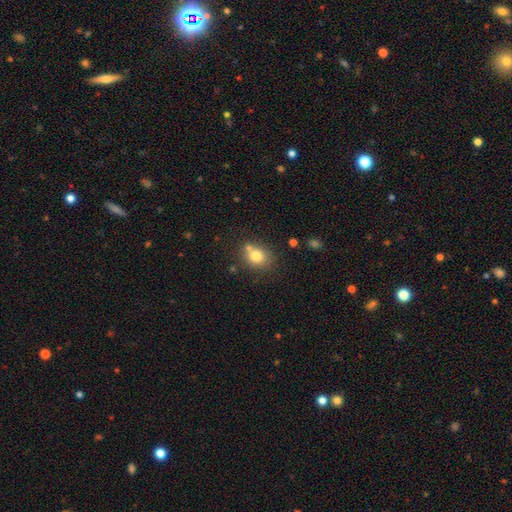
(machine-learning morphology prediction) smooth 78%, star or artifact 12%, featured or disk 11%. Down the decision tree: how rounded — round (61%); merging — none (64%).